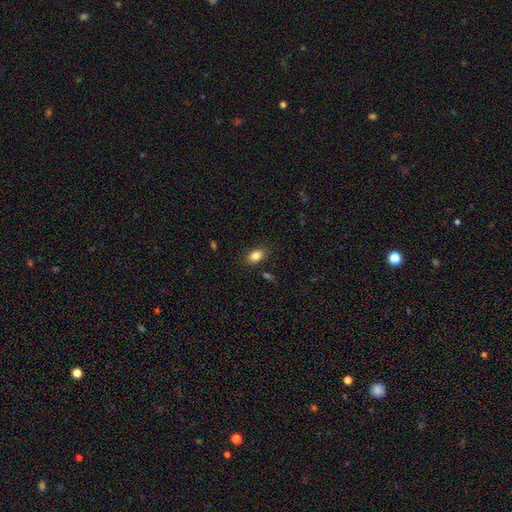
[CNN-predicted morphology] Smooth or featured? Predicted: smooth (p=0.83). How rounded? Predicted: in between (p=0.84). Merging? Predicted: none (p=0.85).